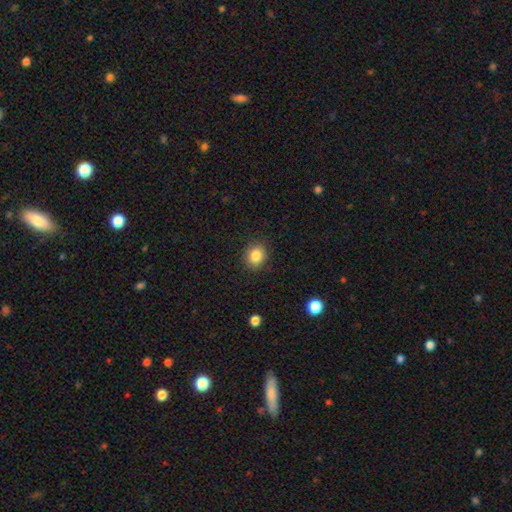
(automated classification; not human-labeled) smooth-or-featured: smooth: 85% | star or artifact: 10% | featured or disk: 5%
  how-rounded: round: 72% | in between: 27% | cigar-shaped: 1%
  merging: none: 87% | minor disturbance: 9% | major disturbance: 3% | merger: 1%